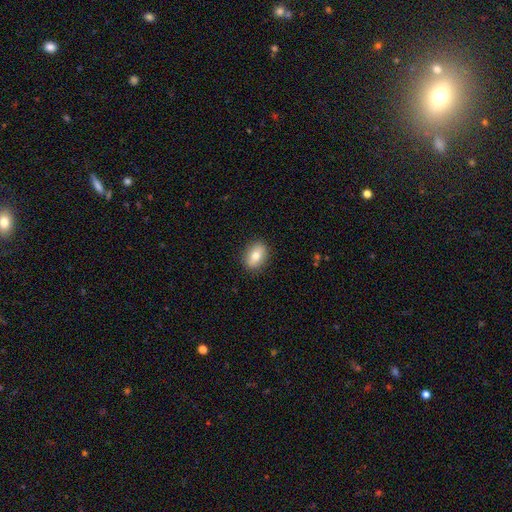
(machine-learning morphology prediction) A smooth galaxy with no disk features (74%) that is in between round and cigar-shaped (72%). Merging: none (88%).